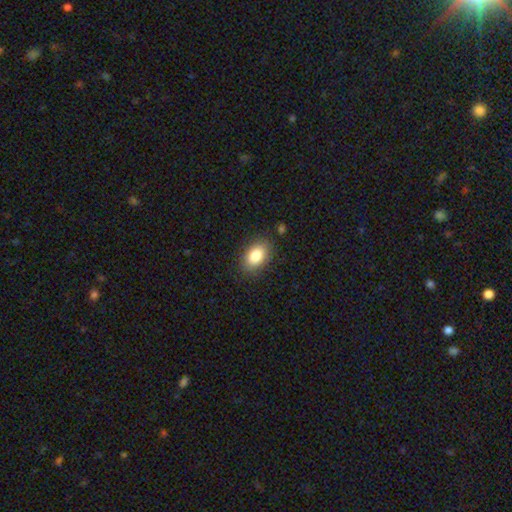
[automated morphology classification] type=smooth (84%); roundness=in between (86%); merging=none (85%).